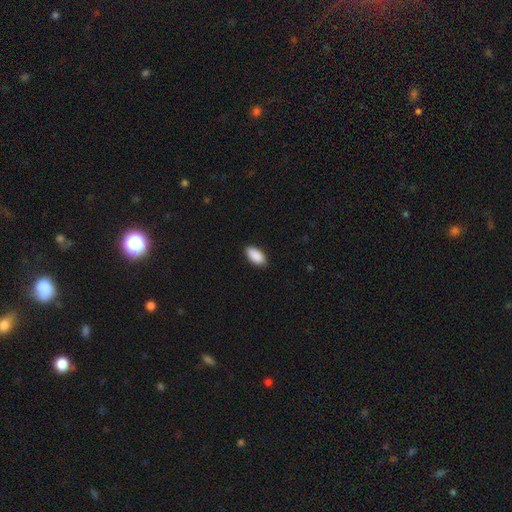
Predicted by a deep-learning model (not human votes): smooth_or_featured: smooth (p=0.91) [alt: star or artifact p=0.06]
how_rounded: in between (p=0.93) [alt: cigar-shaped p=0.05]
merging: none (p=0.88) [alt: minor disturbance p=0.09]